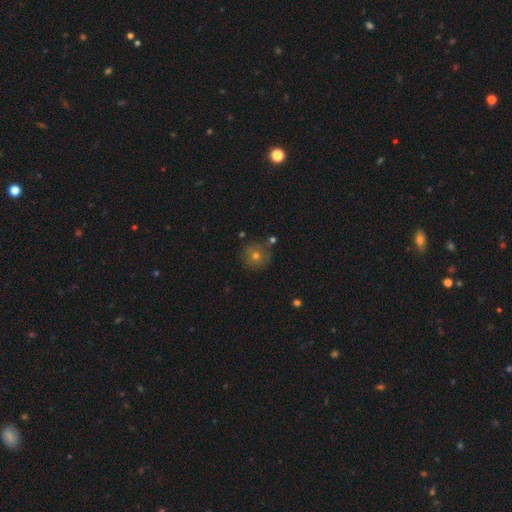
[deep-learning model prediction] Smooth or featured? smooth (61%)
How rounded? round (94%)
Merging? none (79%)